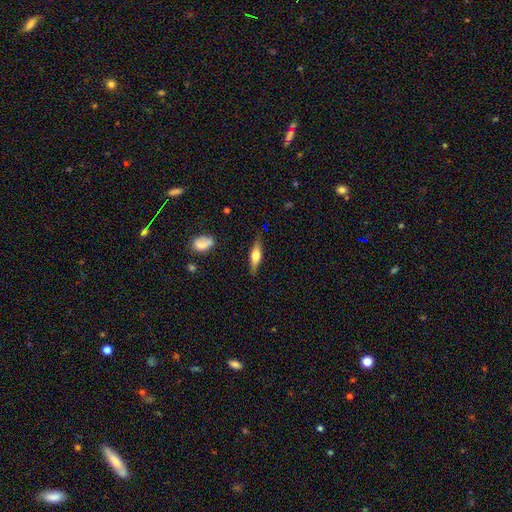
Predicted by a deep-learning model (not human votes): A featured or disk galaxy (50%). Merging: none (82%).